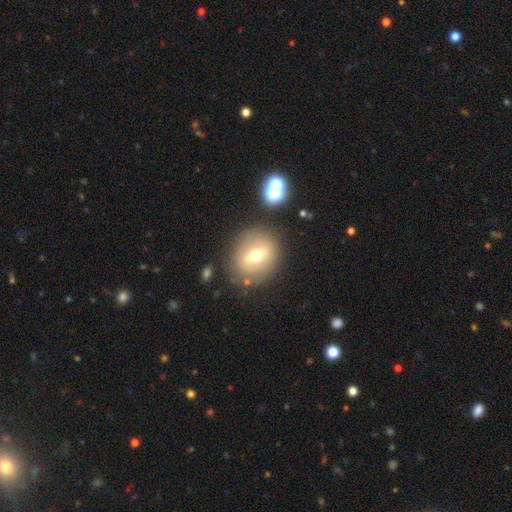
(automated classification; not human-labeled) Morphology: type=featured or disk (45%); merging=none (79%).